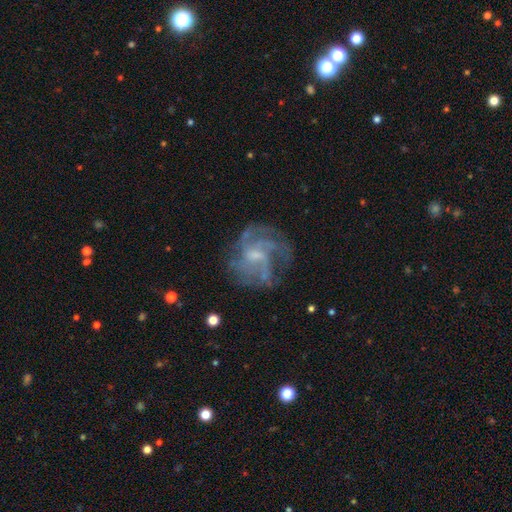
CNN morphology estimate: Q: Smooth or featured?
A: featured or disk (78%); runner-up: smooth (13%)
Q: Edge-on disk?
A: no (98%); runner-up: yes (2%)
Q: Bar?
A: weak (48%); runner-up: no (44%)
Q: Spiral arms?
A: yes (86%); runner-up: no (14%)
Q: Spiral winding?
A: medium (46%); runner-up: tight (30%)
Q: Spiral arm count?
A: can't tell (32%); runner-up: 3 (24%)
Q: Bulge size?
A: small (46%); runner-up: moderate (31%)
Q: Merging?
A: none (59%); runner-up: major disturbance (21%)